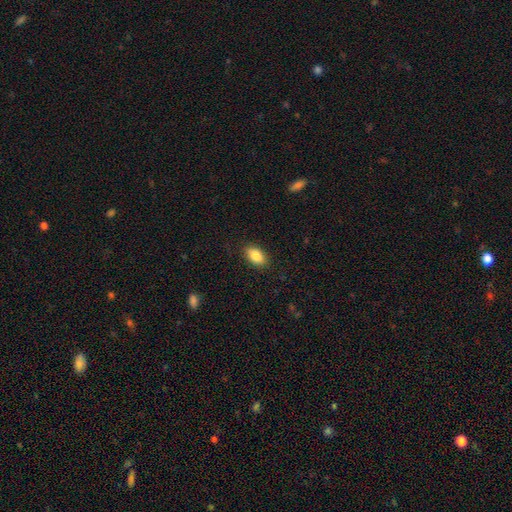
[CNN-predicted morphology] Smooth or featured: smooth — 87% (star or artifact — 7%)
How rounded: in between — 92% (round — 5%)
Merging: none — 87% (minor disturbance — 9%)